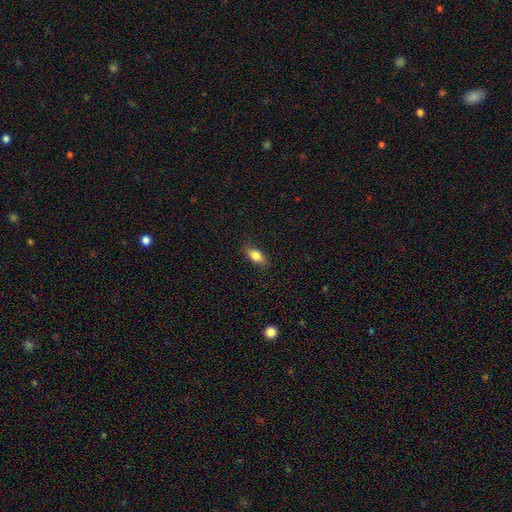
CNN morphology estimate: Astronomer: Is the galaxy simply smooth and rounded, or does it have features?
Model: smooth — 80%.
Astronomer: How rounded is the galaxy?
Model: in between — 82%.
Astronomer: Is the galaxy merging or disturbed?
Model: none — 83%.